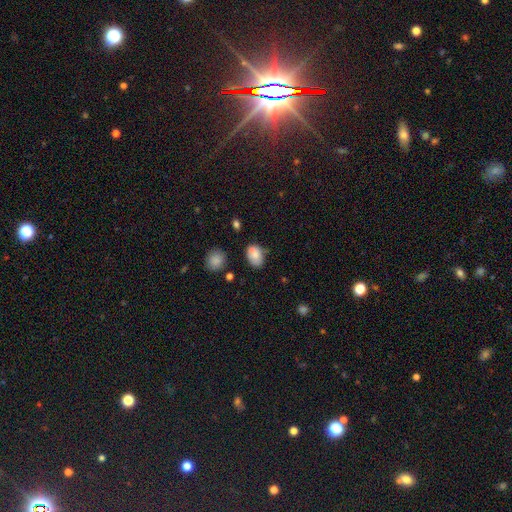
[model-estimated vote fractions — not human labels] This is likely a smooth galaxy (79%). How rounded: clearly in between (82%). Merging: likely none (61%).